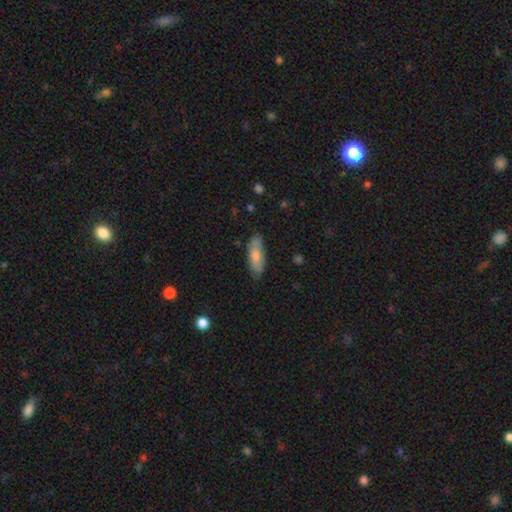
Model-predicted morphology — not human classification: smooth-or-featured: smooth: 69% | featured or disk: 24% | star or artifact: 6%
  how-rounded: in between: 68% | cigar-shaped: 30% | round: 2%
  merging: none: 81% | minor disturbance: 15% | major disturbance: 3% | merger: 1%